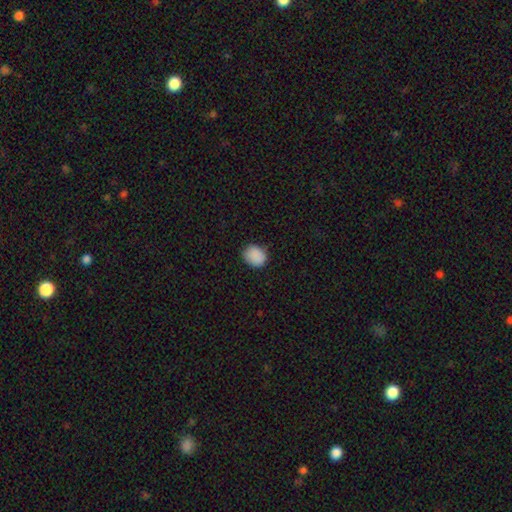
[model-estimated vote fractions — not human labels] This appears to be a smooth galaxy with no disk features (88%) that is round (66%). Merging: none (83%).